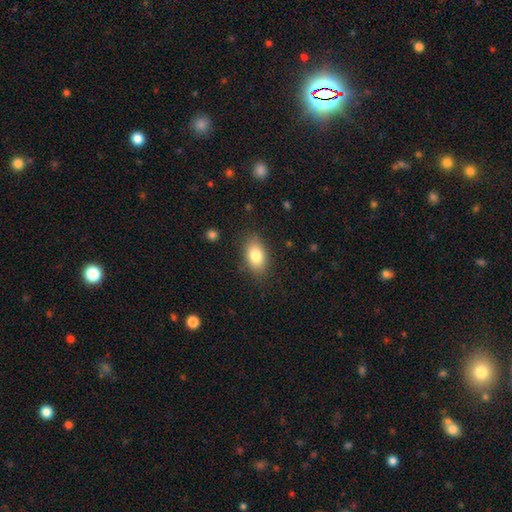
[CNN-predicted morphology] Overall: smooth (82%). How rounded: in between (89%). Merging: none (83%).